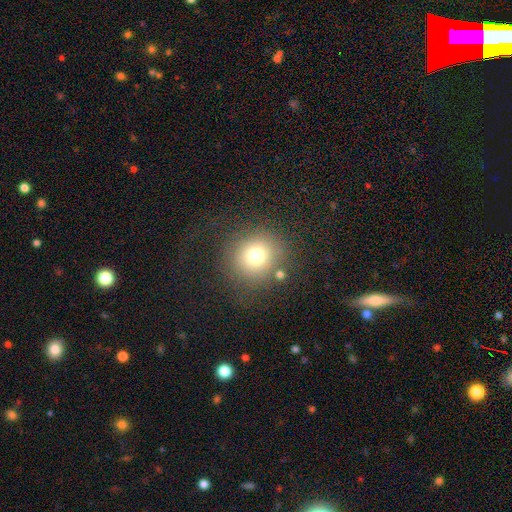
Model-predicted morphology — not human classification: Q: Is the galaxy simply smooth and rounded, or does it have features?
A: smooth — 74%.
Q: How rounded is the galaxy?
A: round — 90%.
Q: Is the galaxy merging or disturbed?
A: none — 80%.